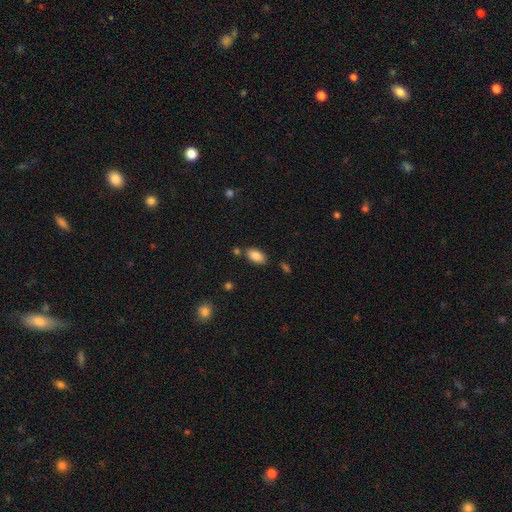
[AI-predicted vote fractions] A smooth galaxy with no disk features (86%) that is in between round and cigar-shaped (94%).

Vote fractions:
- Smooth or featured? smooth: 86% / star or artifact: 7% / featured or disk: 6%
- How rounded? in between: 94% / cigar-shaped: 3% / round: 3%
- Merging? none: 79% / minor disturbance: 12% / merger: 6% / major disturbance: 3%